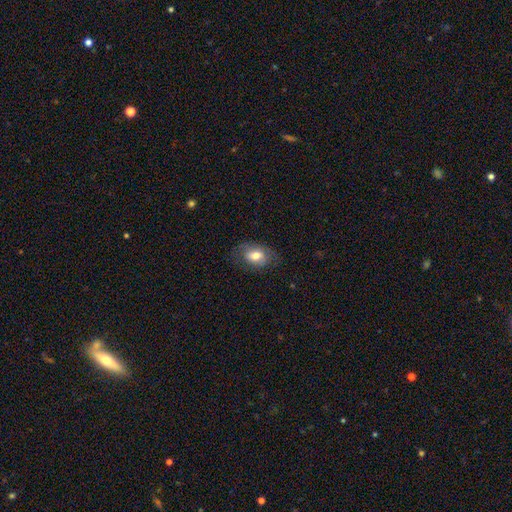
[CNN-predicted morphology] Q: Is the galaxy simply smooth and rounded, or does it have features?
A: smooth — 67%.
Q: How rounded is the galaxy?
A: in between — 83%.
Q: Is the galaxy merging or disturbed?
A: none — 68%.